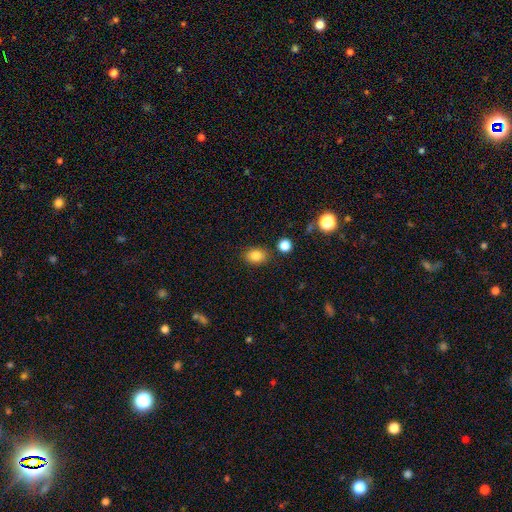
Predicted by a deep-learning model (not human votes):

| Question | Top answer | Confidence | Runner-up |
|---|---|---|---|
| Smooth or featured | smooth | 83% | star or artifact (11%) |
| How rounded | in between | 66% | round (33%) |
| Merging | none | 82% | minor disturbance (11%) |